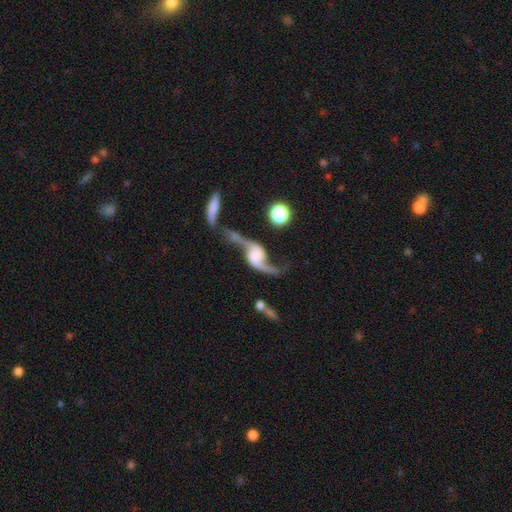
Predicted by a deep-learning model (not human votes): Q: Smooth or featured?
A: featured or disk (88%); runner-up: smooth (7%)
Q: Edge-on disk?
A: no (94%); runner-up: yes (6%)
Q: Bar?
A: no (58%); runner-up: weak (29%)
Q: Spiral arms?
A: yes (96%); runner-up: no (4%)
Q: Spiral winding?
A: loose (90%); runner-up: medium (7%)
Q: Spiral arm count?
A: 2 (93%); runner-up: 1 (3%)
Q: Bulge size?
A: none (48%); runner-up: large (19%)
Q: Merging?
A: none (44%); runner-up: merger (27%)